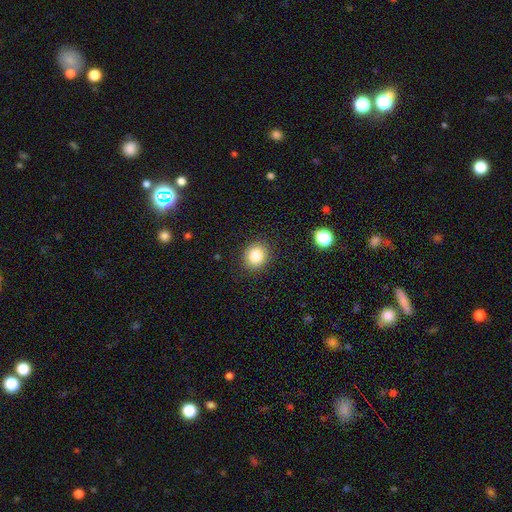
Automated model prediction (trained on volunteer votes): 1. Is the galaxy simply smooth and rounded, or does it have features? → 84% smooth, 10% star or artifact, 6% featured or disk.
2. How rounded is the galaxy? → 83% round, 16% in between, 1% cigar-shaped.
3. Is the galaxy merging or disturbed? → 89% none, 7% minor disturbance, 2% major disturbance, 1% merger.